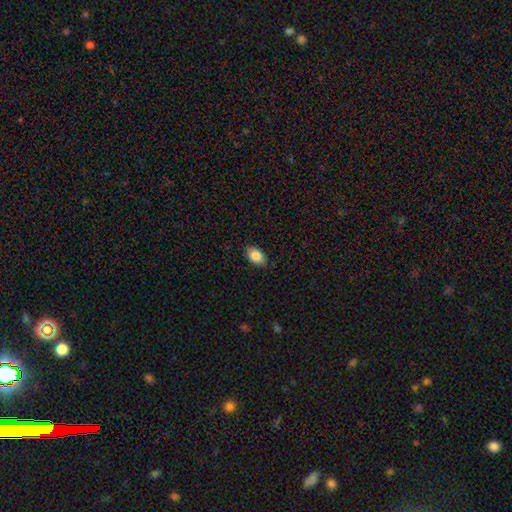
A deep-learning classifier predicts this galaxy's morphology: The model was most divided on "merging": none: 86%, minor disturbance: 11%, major disturbance: 2%, merger: 1%. More confident: how rounded — in between (87%); smooth or featured — smooth (84%).